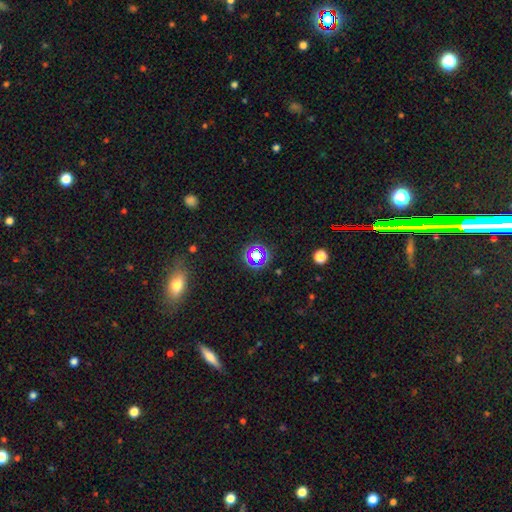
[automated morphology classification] This appears to be a star or artifact, not a galaxy (64%).